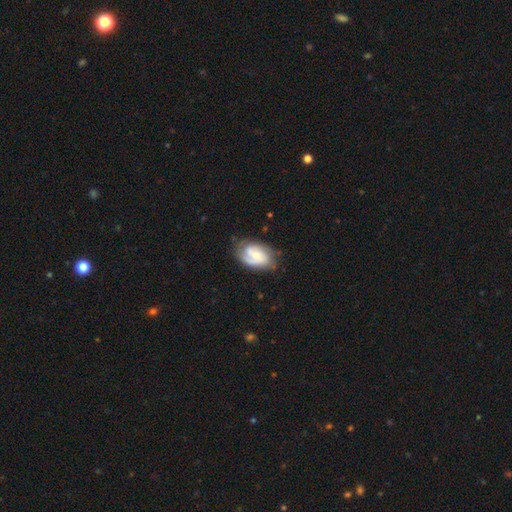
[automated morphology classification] Smooth or featured? Predicted: featured or disk (p=0.63). Edge-on disk? Predicted: no (p=0.96). Bar? Predicted: no (p=0.60). Spiral arms? Predicted: yes (p=0.88). Spiral winding? Predicted: tight (p=0.42). Spiral arm count? Predicted: 2 (p=0.52). Bulge size? Predicted: small (p=0.53). Merging? Predicted: none (p=0.65).